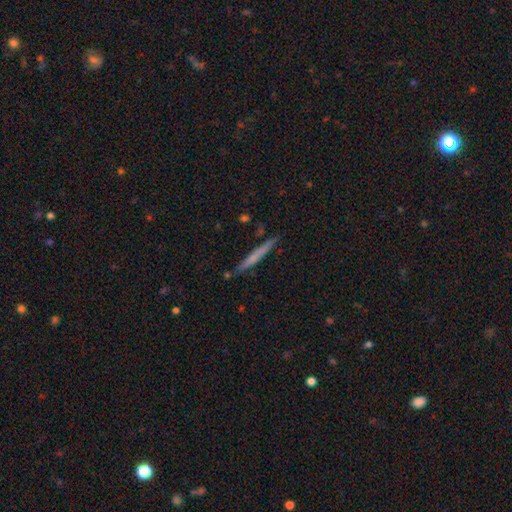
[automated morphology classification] type=smooth (47%); merging=none (87%).